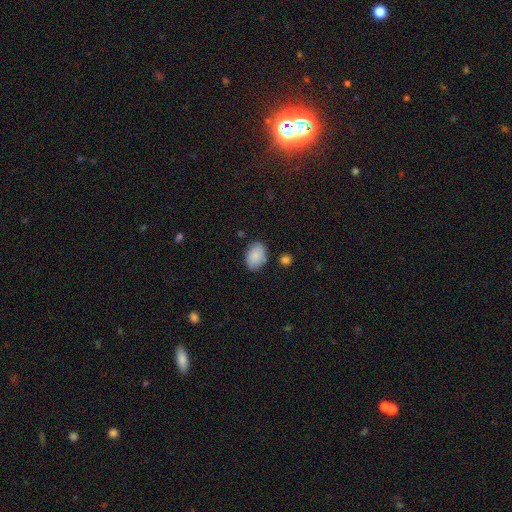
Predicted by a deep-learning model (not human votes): This is clearly a smooth galaxy (87%). How rounded: clearly in between (85%). Merging: likely none (77%).